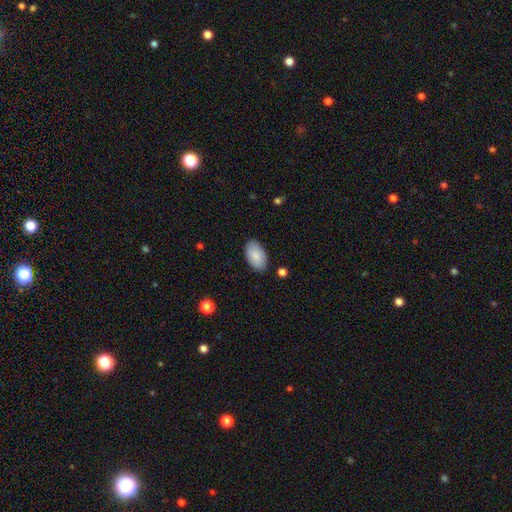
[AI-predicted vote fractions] Overall: smooth (86%). How rounded: in between (95%). Merging: none (86%).